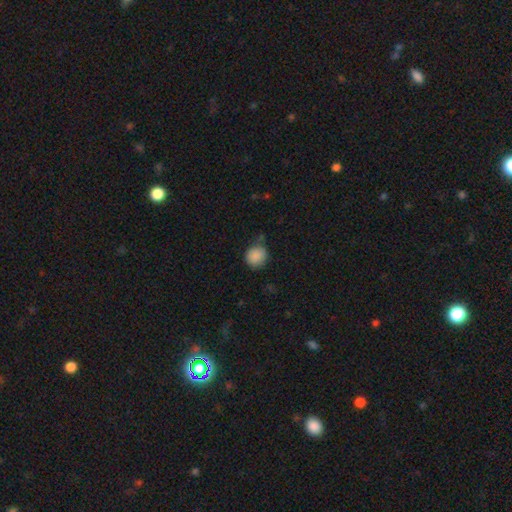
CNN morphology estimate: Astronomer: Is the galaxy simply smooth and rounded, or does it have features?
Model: smooth — 88%.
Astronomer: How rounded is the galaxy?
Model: round — 86%.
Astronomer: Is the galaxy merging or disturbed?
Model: none — 69%.